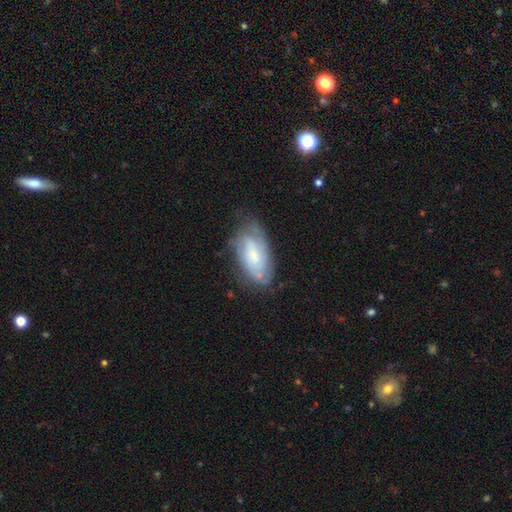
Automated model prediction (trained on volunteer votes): This is likely a featured or disk galaxy (61%). It is clearly not viewed edge-on (91%). Bar: likely no (61%). Spiral arm pattern: clearly yes (85%). Central bulge: possibly small (50%). Merging: likely none (65%).